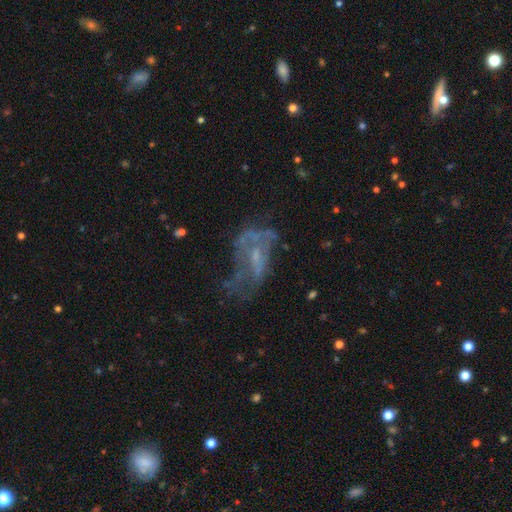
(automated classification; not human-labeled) Morphology: type=featured or disk (60%); edge-on=no (95%); bar=no (70%); spiral arms=no (67%); bulge=small (49%); merging=major disturbance (43%).